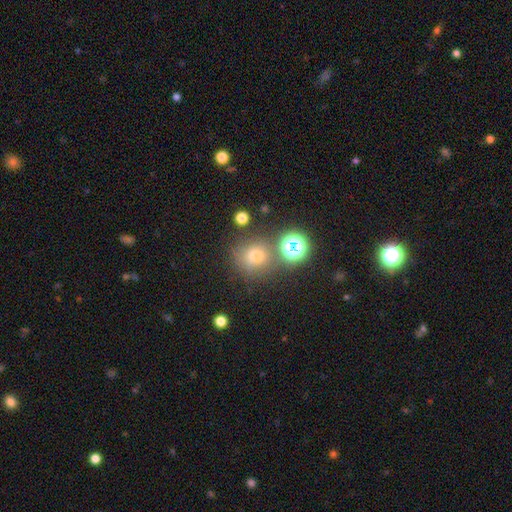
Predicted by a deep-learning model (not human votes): smooth 62%, star or artifact 28%, featured or disk 10%. Down the decision tree: how rounded — round (87%); merging — none (70%).